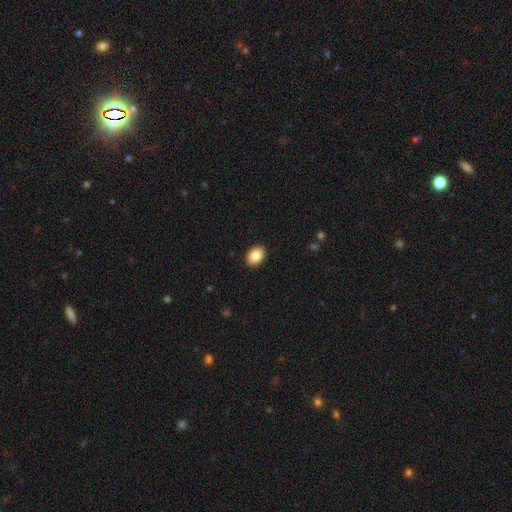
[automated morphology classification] type=smooth (86%); roundness=in between (78%); merging=none (91%).